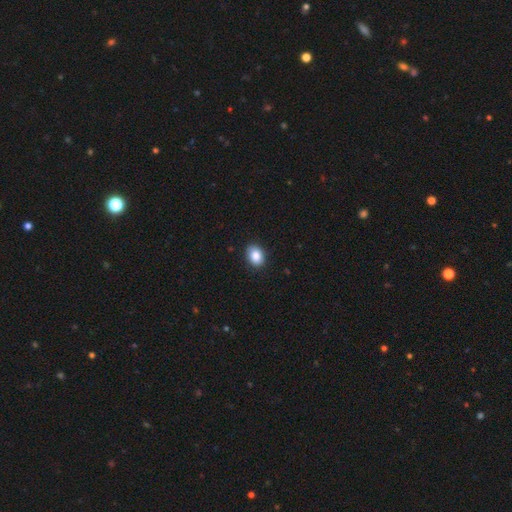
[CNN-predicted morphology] Smooth or featured: smooth — 86% (star or artifact — 8%)
How rounded: in between — 65% (round — 34%)
Merging: none — 87% (minor disturbance — 10%)